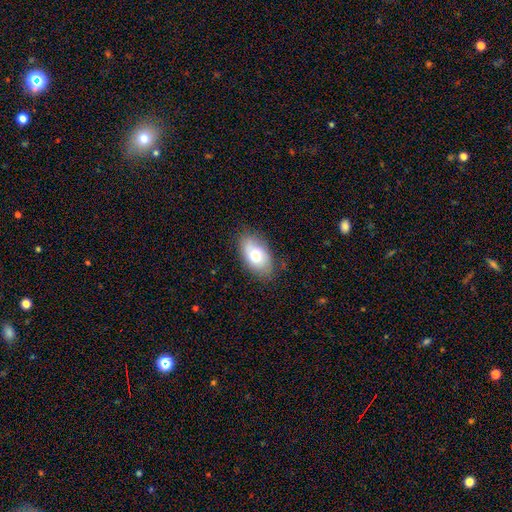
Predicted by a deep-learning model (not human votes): Smooth or featured? Predicted: smooth (p=0.69). How rounded? Predicted: in between (p=0.91). Merging? Predicted: none (p=0.78).